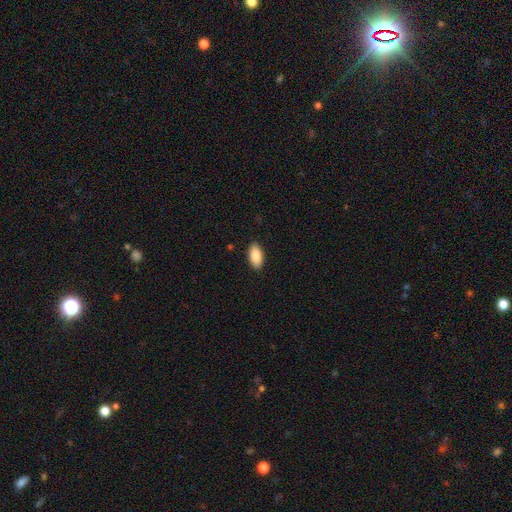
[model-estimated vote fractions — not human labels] A smooth galaxy with no disk features (89%) that is in between round and cigar-shaped (93%). Merging: none (89%).